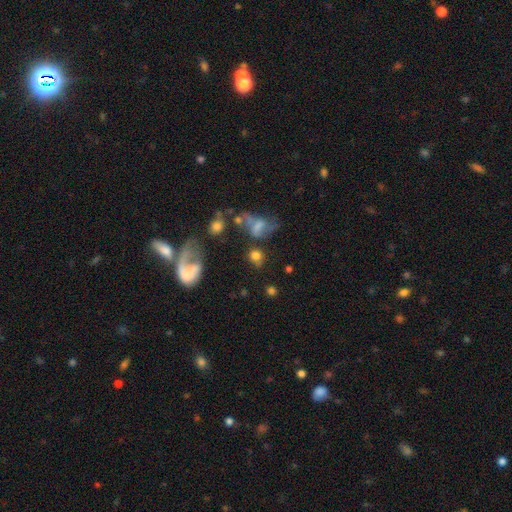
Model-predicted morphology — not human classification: smooth_or_featured: smooth (p=0.70) [alt: featured or disk p=0.16]
how_rounded: round (p=0.66) [alt: in between p=0.31]
merging: none (p=0.46) [alt: merger p=0.20]